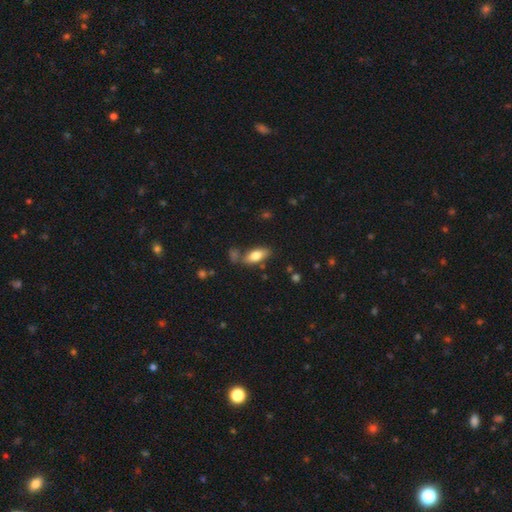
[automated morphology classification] Smooth or featured? smooth (75%)
How rounded? in between (80%)
Merging? none (69%)